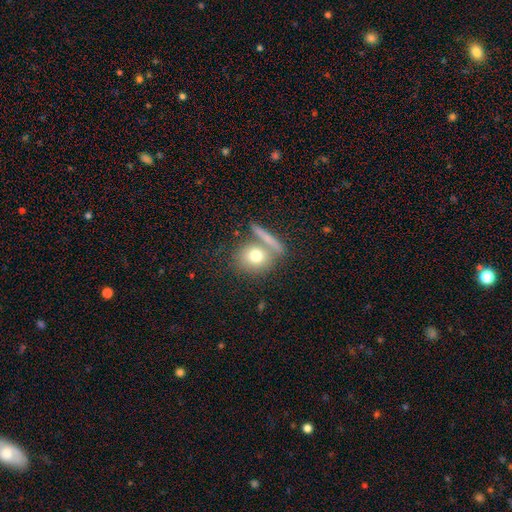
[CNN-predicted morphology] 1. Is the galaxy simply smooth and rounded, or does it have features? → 73% smooth, 18% featured or disk, 9% star or artifact.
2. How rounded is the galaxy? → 74% round, 22% in between, 4% cigar-shaped.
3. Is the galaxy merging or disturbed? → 59% none, 24% merger, 12% minor disturbance, 6% major disturbance.